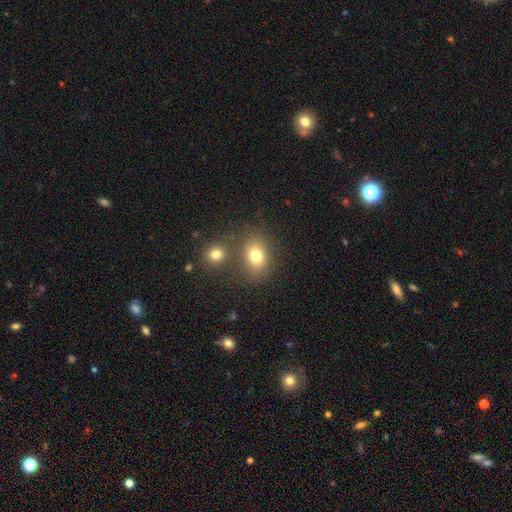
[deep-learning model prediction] The model was most divided on "how rounded": round: 50%, in between: 49%, cigar-shaped: 1%. More confident: smooth or featured — smooth (76%); merging — none (66%).